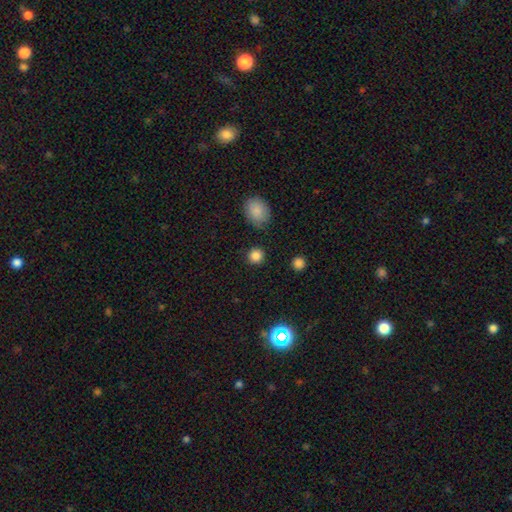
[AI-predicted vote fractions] A smooth galaxy with no disk features (85%) that is round (92%). Merging: none (89%).